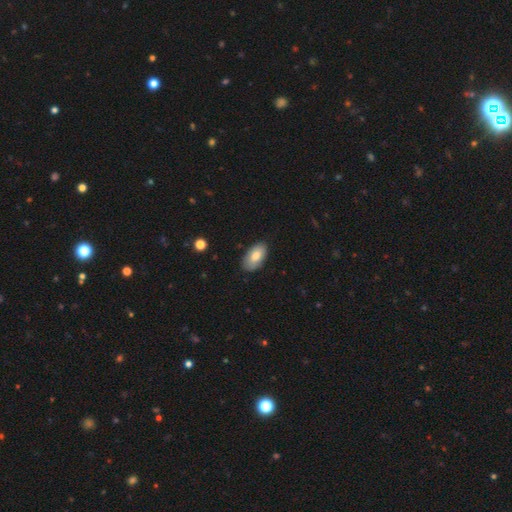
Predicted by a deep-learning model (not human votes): Morphology: type=smooth (79%); roundness=in between (95%); merging=none (83%).